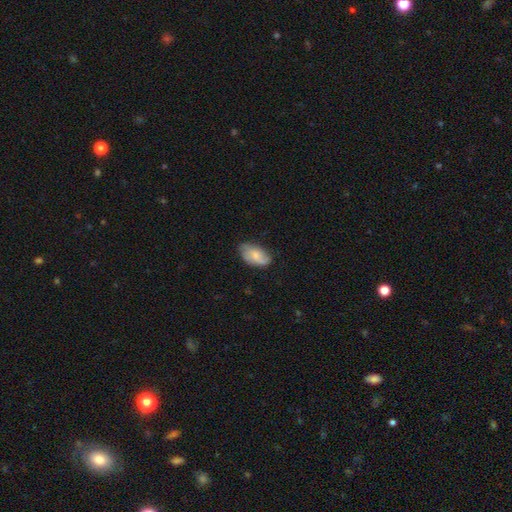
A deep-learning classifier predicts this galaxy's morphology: smooth-or-featured: smooth: 62% | featured or disk: 32% | star or artifact: 7%
  how-rounded: in between: 93% | round: 5% | cigar-shaped: 3%
  merging: none: 62% | minor disturbance: 29% | major disturbance: 8% | merger: 1%